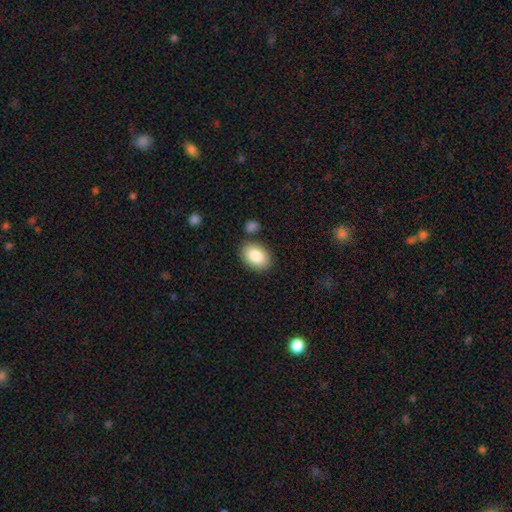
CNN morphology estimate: Smooth or featured: smooth — 85% (featured or disk — 8%)
How rounded: in between — 82% (round — 17%)
Merging: none — 81% (minor disturbance — 11%)